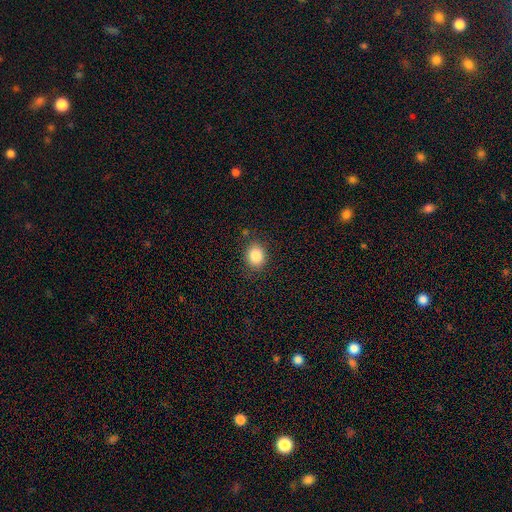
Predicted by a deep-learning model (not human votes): Q: Smooth or featured?
A: smooth (85%); runner-up: star or artifact (9%)
Q: How rounded?
A: round (59%); runner-up: in between (40%)
Q: Merging?
A: none (85%); runner-up: minor disturbance (10%)